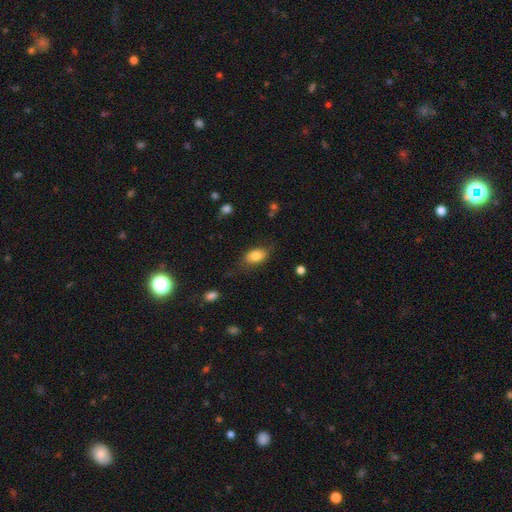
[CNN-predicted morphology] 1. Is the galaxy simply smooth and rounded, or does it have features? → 81% smooth, 11% featured or disk, 8% star or artifact.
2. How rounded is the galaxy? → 87% in between, 10% round, 2% cigar-shaped.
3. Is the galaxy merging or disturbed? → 70% none, 21% minor disturbance, 7% major disturbance, 2% merger.